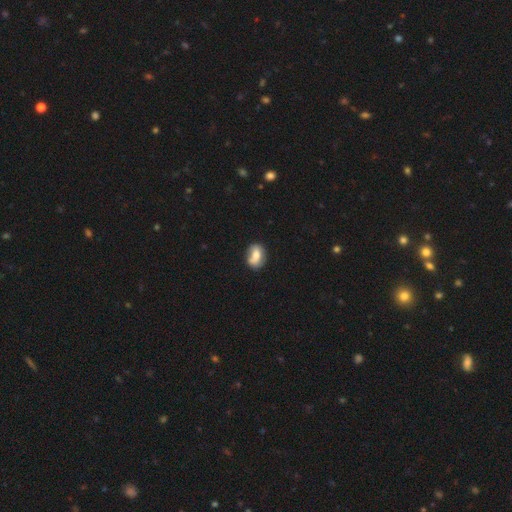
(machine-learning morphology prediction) smooth-or-featured: smooth: 66% | featured or disk: 26% | star or artifact: 8%
  how-rounded: in between: 73% | round: 25% | cigar-shaped: 2%
  merging: none: 65% | minor disturbance: 23% | merger: 6% | major disturbance: 6%